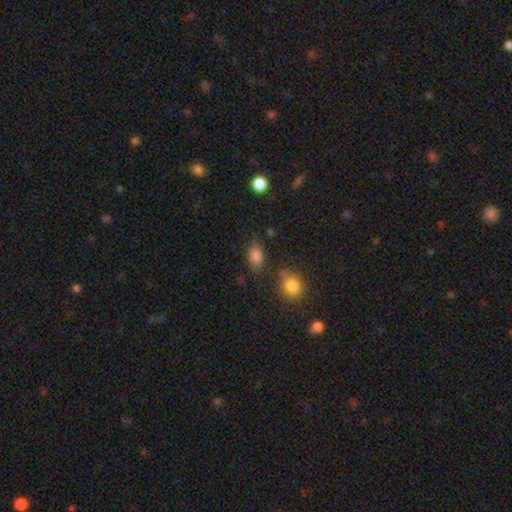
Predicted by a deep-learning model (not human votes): Smooth or featured? smooth (84%)
How rounded? in between (83%)
Merging? none (74%)